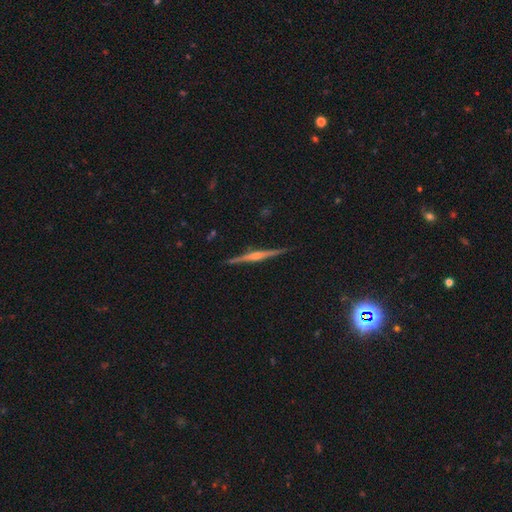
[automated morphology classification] A featured or disk galaxy (81%) viewed edge-on (98%) with a rounded central bulge (72%).

Vote fractions:
- Smooth or featured? featured or disk: 81% / smooth: 13% / star or artifact: 6%
- Edge-on disk? yes: 98% / no: 2%
- Edge-on bulge? rounded: 72% / boxy: 15% / none: 13%
- Merging? none: 91% / minor disturbance: 6% / major disturbance: 1% / merger: 1%